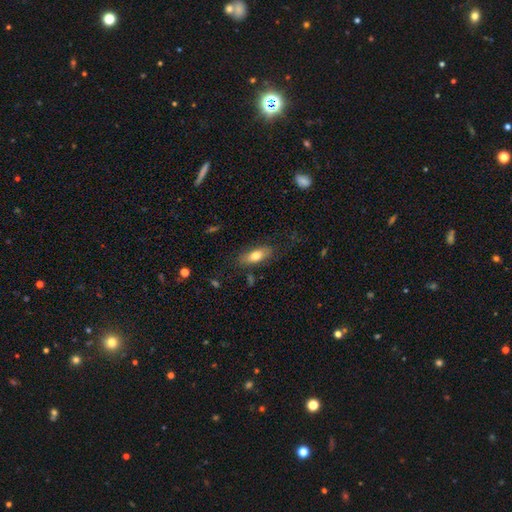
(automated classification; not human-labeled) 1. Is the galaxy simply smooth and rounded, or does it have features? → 75% smooth, 18% featured or disk, 7% star or artifact.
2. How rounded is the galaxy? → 80% in between, 17% cigar-shaped, 3% round.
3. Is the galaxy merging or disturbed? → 76% none, 17% minor disturbance, 5% major disturbance, 2% merger.